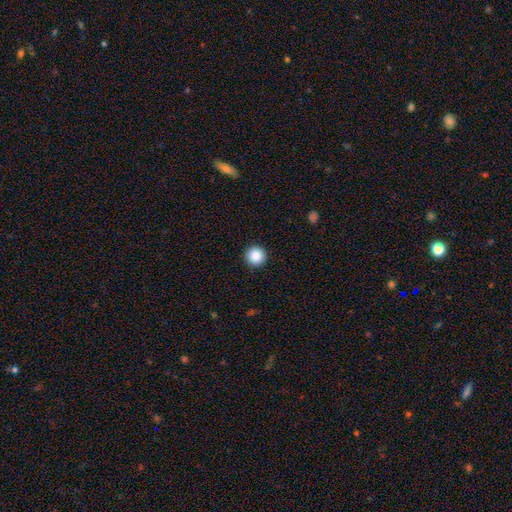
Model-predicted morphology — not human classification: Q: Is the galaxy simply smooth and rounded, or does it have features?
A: smooth — 87%.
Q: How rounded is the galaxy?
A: round — 96%.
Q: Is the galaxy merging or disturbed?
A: none — 93%.